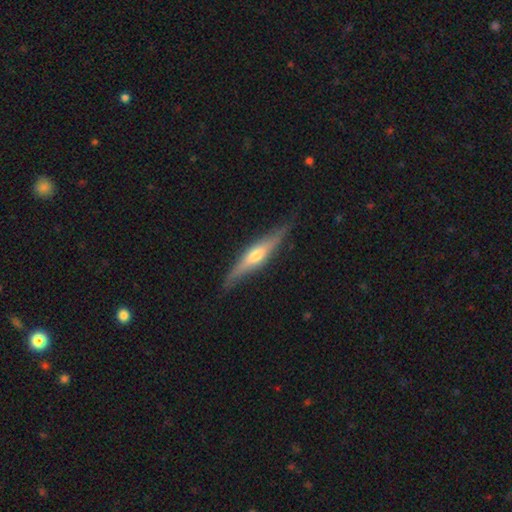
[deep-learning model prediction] This appears to be a featured or disk galaxy (64%) viewed edge-on (94%) with a rounded central bulge (80%). Merging: none (84%).